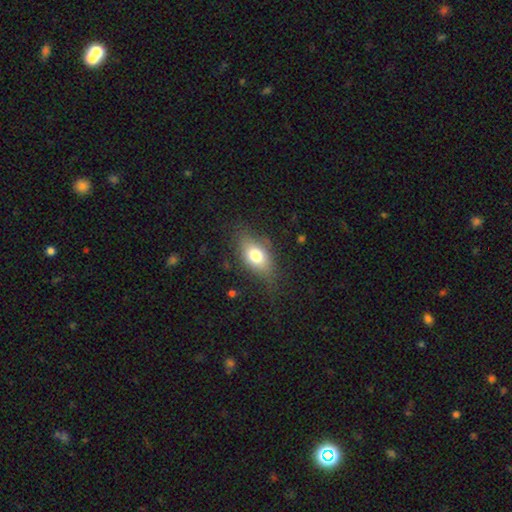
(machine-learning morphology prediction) Overall: smooth (73%). How rounded: in between (84%). Merging: none (69%).